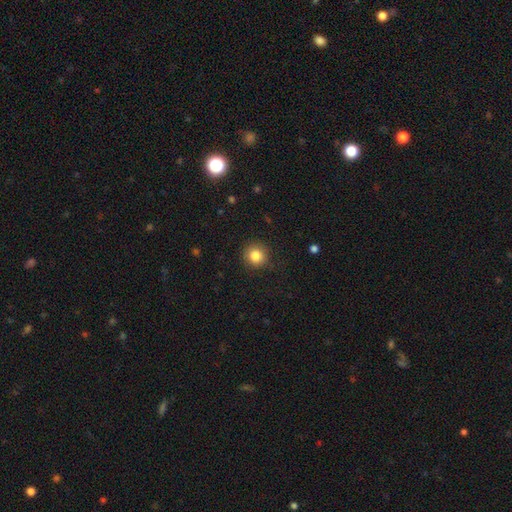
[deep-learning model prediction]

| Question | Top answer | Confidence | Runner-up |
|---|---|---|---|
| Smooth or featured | smooth | 84% | star or artifact (10%) |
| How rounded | round | 92% | in between (7%) |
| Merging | none | 88% | minor disturbance (8%) |